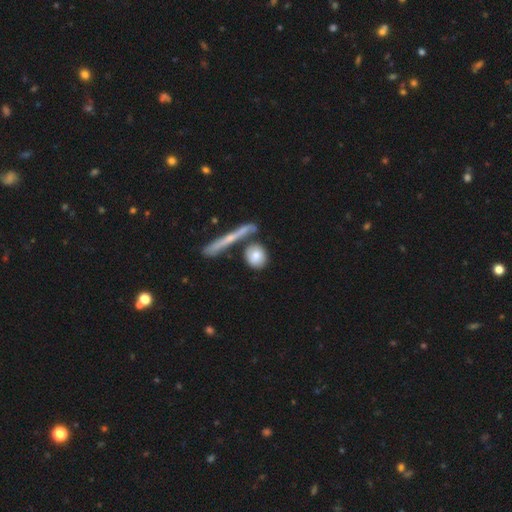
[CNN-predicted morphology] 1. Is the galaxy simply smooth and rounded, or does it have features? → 75% smooth, 18% featured or disk, 7% star or artifact.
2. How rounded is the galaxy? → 60% round, 26% in between, 14% cigar-shaped.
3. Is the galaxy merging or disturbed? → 66% none, 16% merger, 13% minor disturbance, 5% major disturbance.